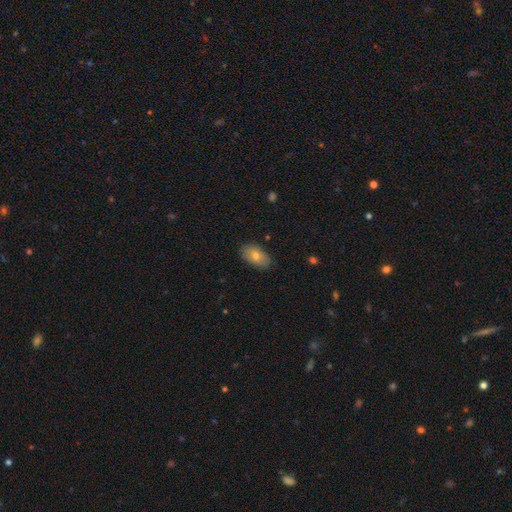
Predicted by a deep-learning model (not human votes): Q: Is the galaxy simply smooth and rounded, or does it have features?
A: smooth — 71%.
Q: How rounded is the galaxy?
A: in between — 92%.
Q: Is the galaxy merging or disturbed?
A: none — 85%.